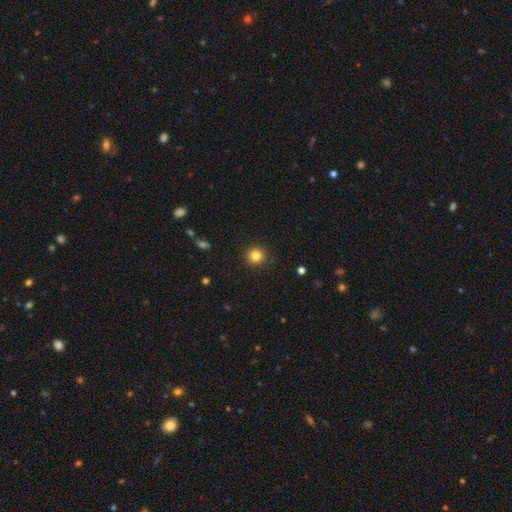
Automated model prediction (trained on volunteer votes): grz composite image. It shows a smooth galaxy with no disk features (82%) that is round (94%). Merging: none (91%).